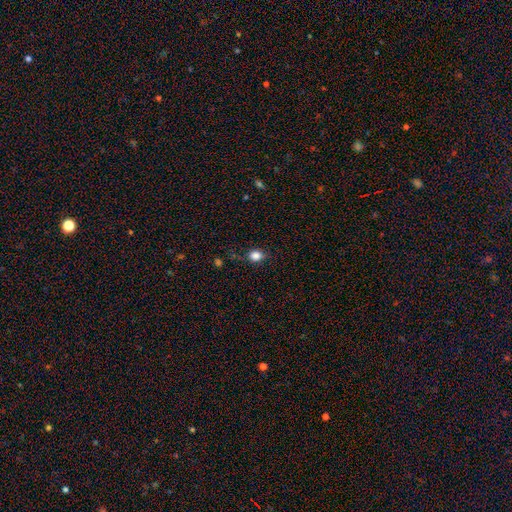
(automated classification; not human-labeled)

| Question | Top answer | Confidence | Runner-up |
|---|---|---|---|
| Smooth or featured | smooth | 83% | star or artifact (11%) |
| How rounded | round | 61% | in between (38%) |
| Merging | none | 79% | minor disturbance (15%) |